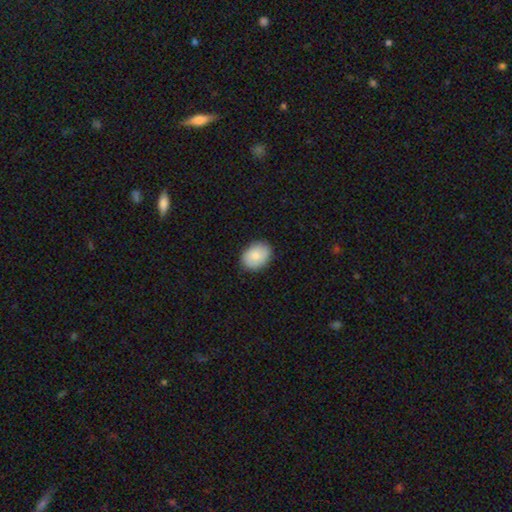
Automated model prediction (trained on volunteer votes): A smooth galaxy with no disk features (83%) that is in between round and cigar-shaped (69%). Merging: none (87%).